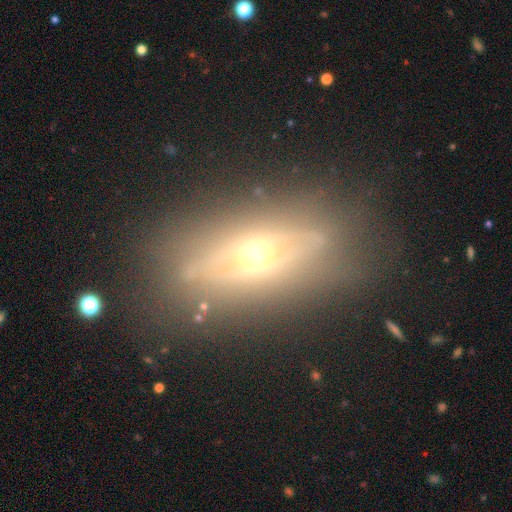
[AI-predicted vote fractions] Overall: featured or disk (69%). Edge-on disk: yes (64%; no 36%). Merging: none (77%).